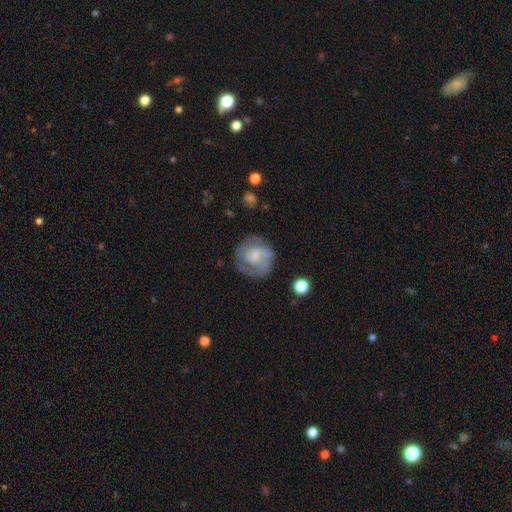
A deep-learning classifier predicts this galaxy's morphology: Q: Smooth or featured?
A: featured or disk (54%); runner-up: smooth (38%)
Q: Edge-on disk?
A: no (98%); runner-up: yes (2%)
Q: Bar?
A: no (53%); runner-up: weak (39%)
Q: Spiral arms?
A: yes (72%); runner-up: no (28%)
Q: Bulge size?
A: small (39%); runner-up: moderate (32%)
Q: Merging?
A: none (59%); runner-up: minor disturbance (21%)